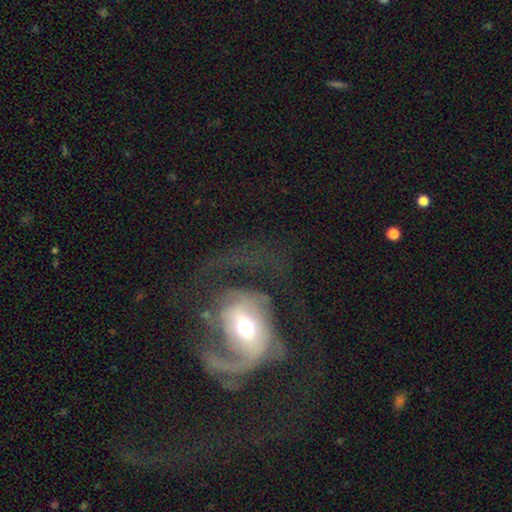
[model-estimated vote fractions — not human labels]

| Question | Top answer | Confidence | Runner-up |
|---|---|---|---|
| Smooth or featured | featured or disk | 82% | smooth (10%) |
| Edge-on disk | no | 97% | yes (3%) |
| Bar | no | 44% | weak (34%) |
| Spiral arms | yes | 87% | no (13%) |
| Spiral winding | medium | 45% | loose (31%) |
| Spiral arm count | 2 | 60% | 1 (14%) |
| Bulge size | moderate | 64% | small (23%) |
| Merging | major disturbance | 43% | none (39%) |